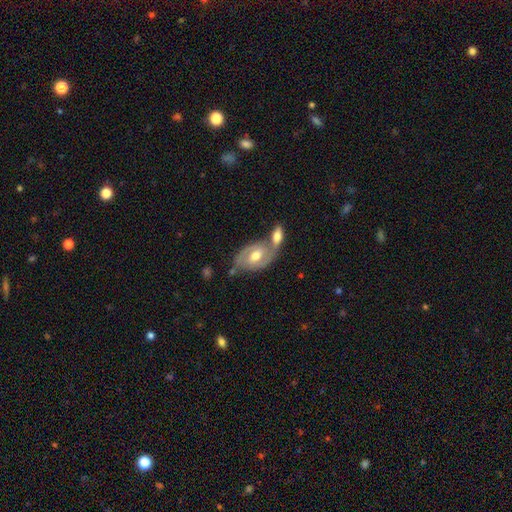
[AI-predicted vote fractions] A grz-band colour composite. It shows a featured or disk galaxy (68%) with a weak bar (44%), 2 (79%) tight (44%) spiral arms (79%) and a moderate central bulge (74%). Merging: none (40%, tied with merger).